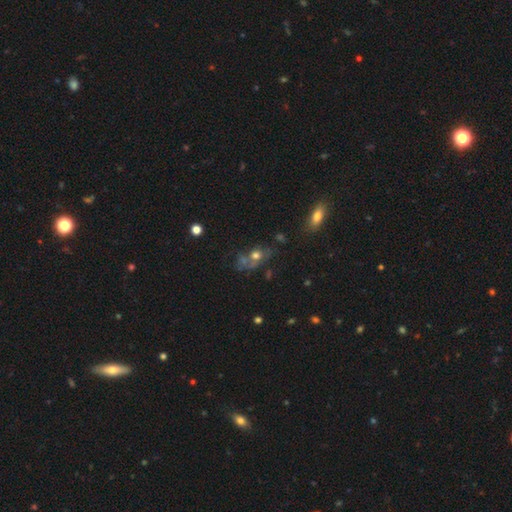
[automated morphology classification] Q: Smooth or featured?
A: smooth (54%); runner-up: featured or disk (27%)
Q: How rounded?
A: in between (50%); runner-up: round (46%)
Q: Merging?
A: none (38%); runner-up: merger (26%)